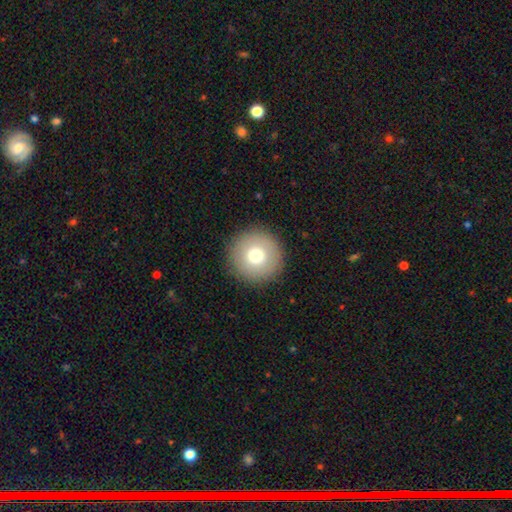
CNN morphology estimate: type=smooth (75%); roundness=round (96%); merging=none (92%).